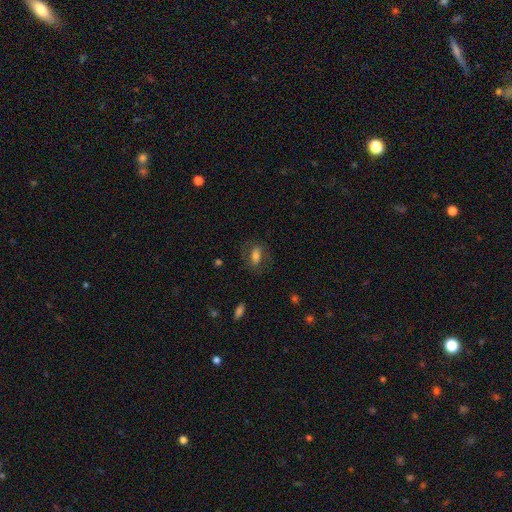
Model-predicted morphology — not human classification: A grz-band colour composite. It shows a smooth galaxy with no disk features (63%) that is in between round and cigar-shaped (82%). Merging: none (71%).